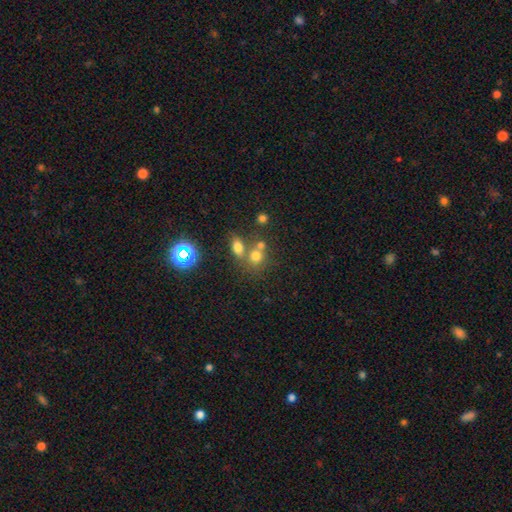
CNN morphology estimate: A smooth galaxy with no disk features (69%) that is round (70%). Merging: none (43%, tied with merger).